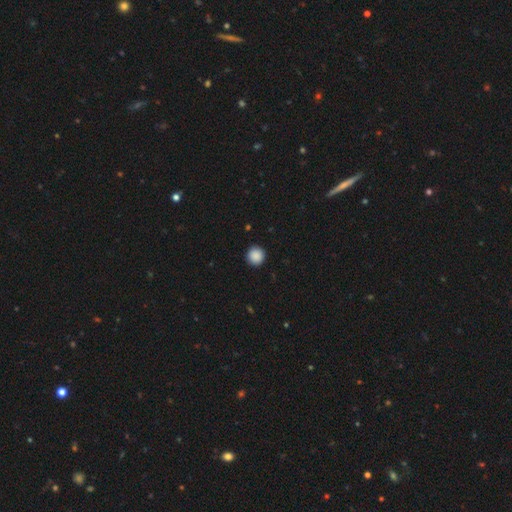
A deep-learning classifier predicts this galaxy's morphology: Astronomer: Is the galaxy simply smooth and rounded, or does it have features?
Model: smooth — 89%.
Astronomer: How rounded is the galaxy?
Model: round — 95%.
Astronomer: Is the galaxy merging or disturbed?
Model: none — 92%.